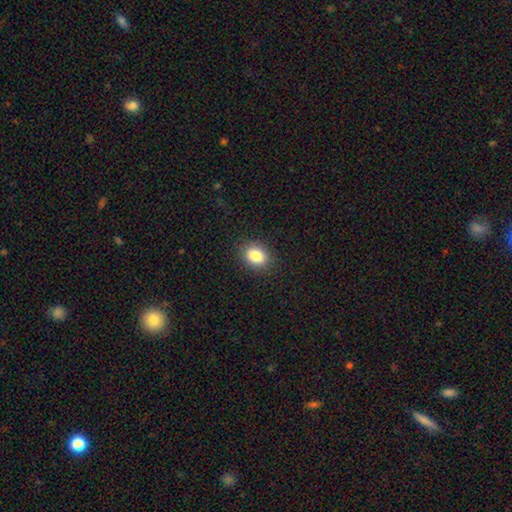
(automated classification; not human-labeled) Smooth or featured? Predicted: smooth (p=0.85). How rounded? Predicted: in between (p=0.69). Merging? Predicted: none (p=0.88).